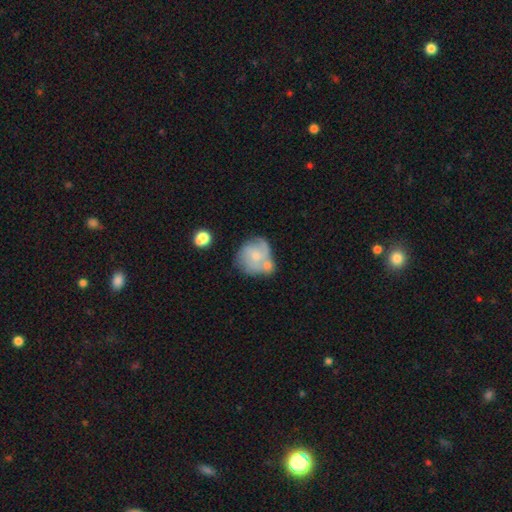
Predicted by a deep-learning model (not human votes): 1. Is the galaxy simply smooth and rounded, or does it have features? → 51% featured or disk, 42% smooth, 7% star or artifact.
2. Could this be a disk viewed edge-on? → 98% no, 2% yes.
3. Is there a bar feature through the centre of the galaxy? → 75% no, 22% weak, 3% strong.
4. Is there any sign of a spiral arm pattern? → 70% yes, 30% no.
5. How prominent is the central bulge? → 52% small, 32% moderate, 12% none, 3% large, 1% dominant.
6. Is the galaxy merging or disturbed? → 36% none, 30% merger, 21% minor disturbance, 13% major disturbance.